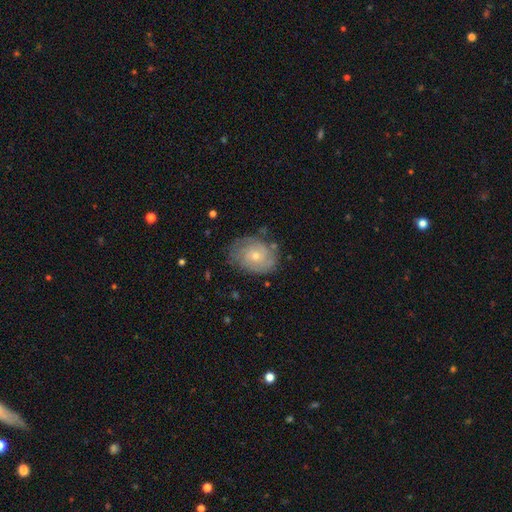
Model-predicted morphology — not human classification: Overall: featured or disk (71%). Edge-on disk: no (97%). Bar: no (78%). Spiral arms: yes (89%). Spiral arm count: can't tell (38%; 2 34%). Spiral winding: tight (68%). Bulge size: small (59%; moderate 37%). Merging: none (76%).